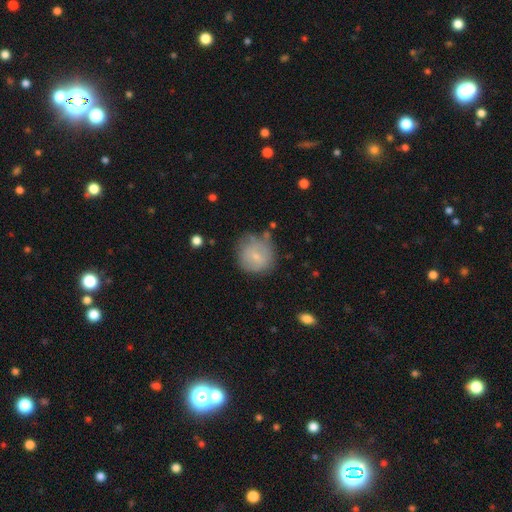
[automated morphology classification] This appears to be a smooth galaxy with no disk features (70%) that is round (90%). Merging: none (62%).